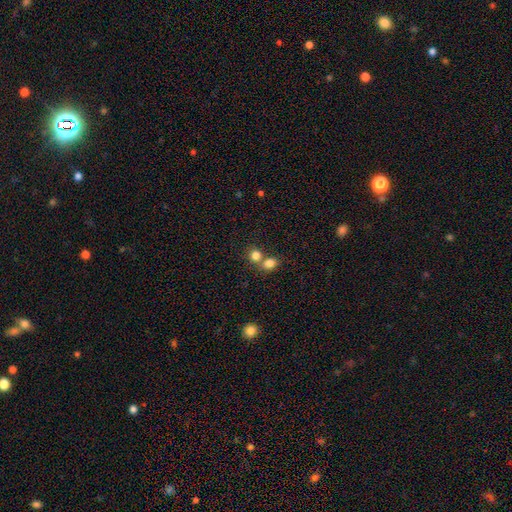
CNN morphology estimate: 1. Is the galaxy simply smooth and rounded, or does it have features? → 81% smooth, 11% star or artifact, 7% featured or disk.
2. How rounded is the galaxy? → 74% round, 25% in between, 1% cigar-shaped.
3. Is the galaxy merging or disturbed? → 49% merger, 43% none, 6% minor disturbance, 3% major disturbance.